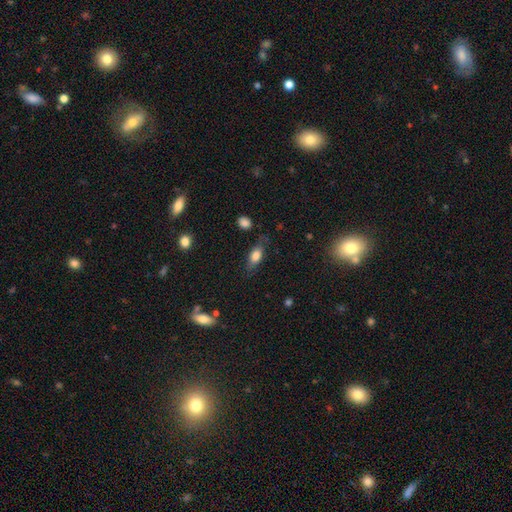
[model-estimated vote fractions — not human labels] This is likely a smooth galaxy (73%). How rounded: clearly in between (81%). Merging: likely none (72%).